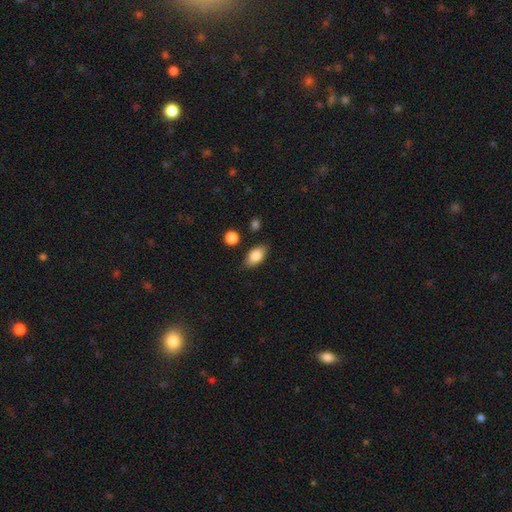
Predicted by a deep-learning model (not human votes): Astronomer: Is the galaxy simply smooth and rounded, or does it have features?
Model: smooth — 82%.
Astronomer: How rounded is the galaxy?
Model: in between — 90%.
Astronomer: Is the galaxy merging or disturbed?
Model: none — 83%.